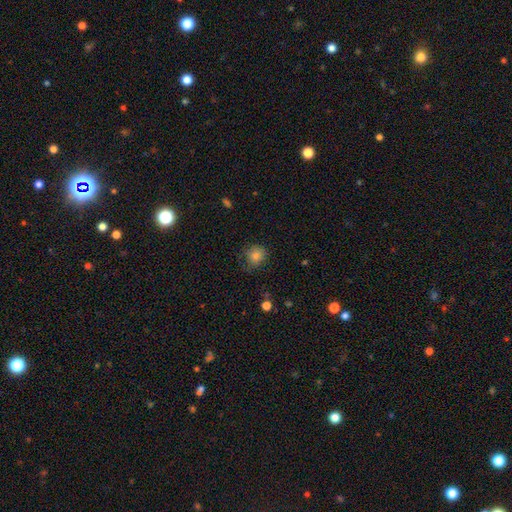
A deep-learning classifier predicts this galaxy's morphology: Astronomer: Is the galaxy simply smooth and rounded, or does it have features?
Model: smooth — 80%.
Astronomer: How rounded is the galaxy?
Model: round — 76%.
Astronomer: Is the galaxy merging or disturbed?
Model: none — 69%.